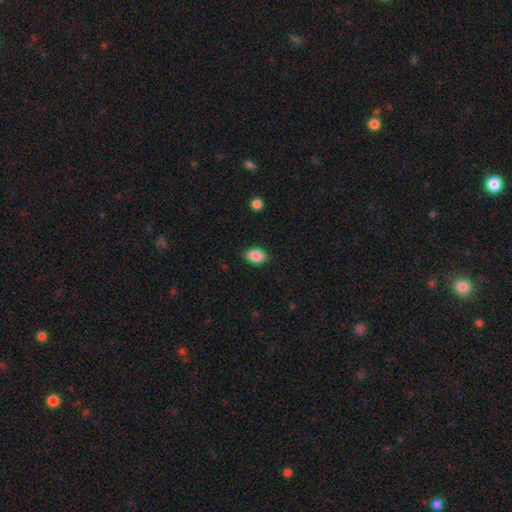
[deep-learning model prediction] smooth-or-featured: smooth: 88% | star or artifact: 8% | featured or disk: 4%
  how-rounded: in between: 79% | round: 19% | cigar-shaped: 1%
  merging: none: 80% | minor disturbance: 16% | major disturbance: 3% | merger: 1%